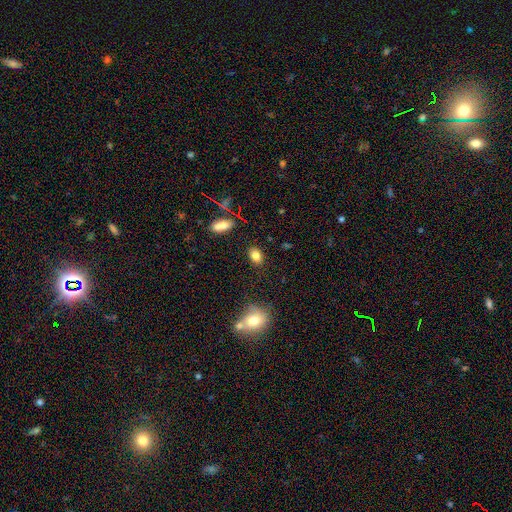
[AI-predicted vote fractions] The model was most divided on "how rounded": in between: 80%, round: 18%, cigar-shaped: 2%. More confident: merging — none (85%); smooth or featured — smooth (83%).